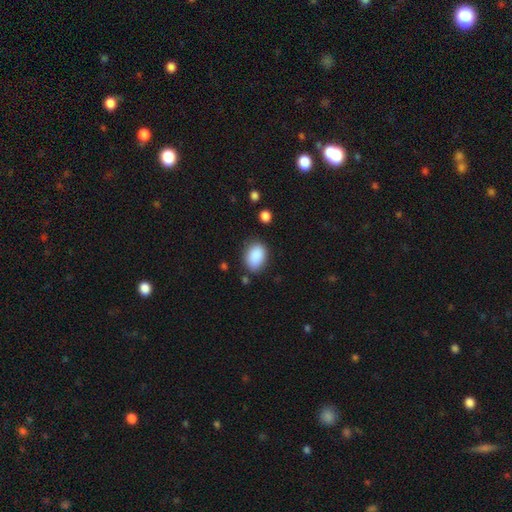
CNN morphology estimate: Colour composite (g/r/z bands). It shows a smooth galaxy with no disk features (89%) that is in between round and cigar-shaped (81%). Merging: none (79%).